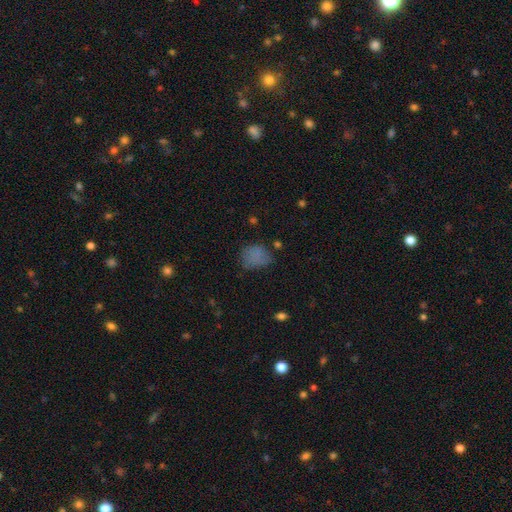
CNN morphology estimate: The model was most divided on "how rounded": in between: 55%, round: 43%, cigar-shaped: 1%. More confident: smooth or featured — smooth (72%); merging — none (51%).